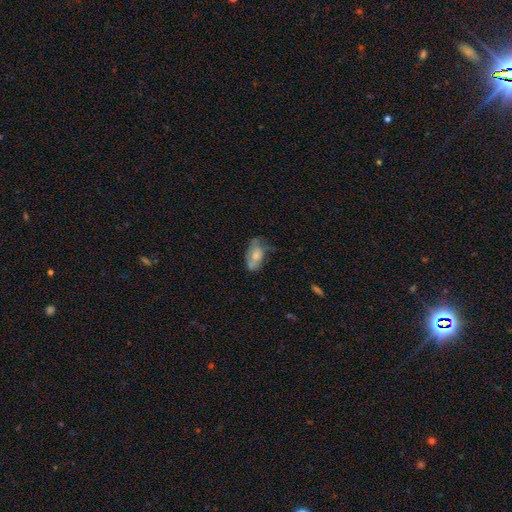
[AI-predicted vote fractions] smooth-or-featured: smooth: 62% | featured or disk: 31% | star or artifact: 8%
  how-rounded: in between: 90% | round: 6% | cigar-shaped: 4%
  merging: none: 38% | minor disturbance: 35% | major disturbance: 20% | merger: 6%